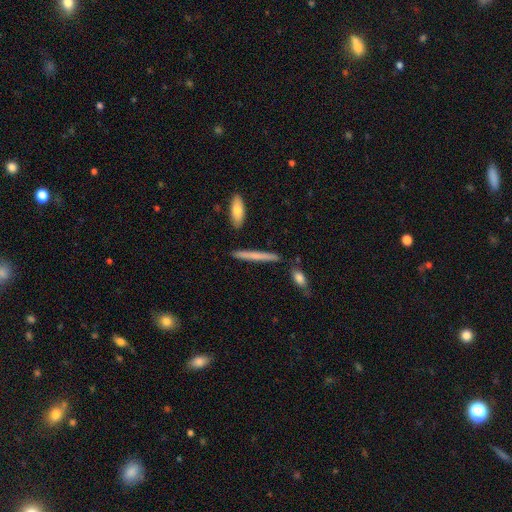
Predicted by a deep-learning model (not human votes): Morphology: type=smooth (65%); roundness=cigar-shaped (95%); merging=none (88%).